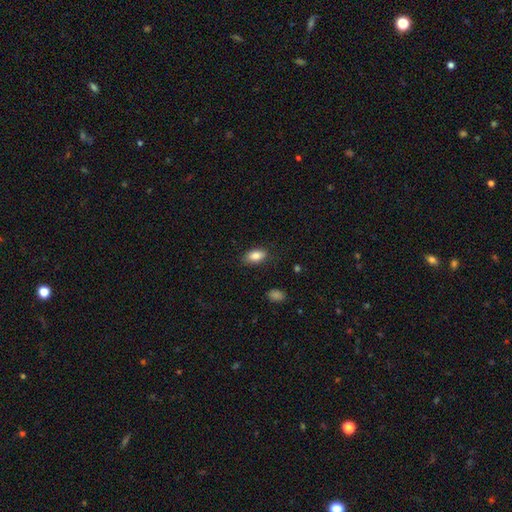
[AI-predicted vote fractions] smooth 85%, featured or disk 8%, star or artifact 8%. Down the decision tree: how rounded — in between (90%); merging — none (83%).